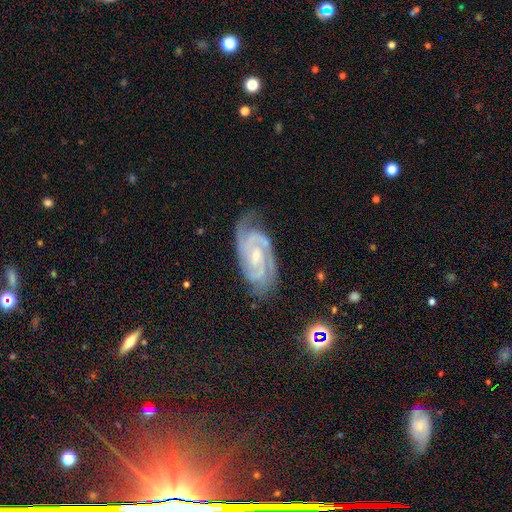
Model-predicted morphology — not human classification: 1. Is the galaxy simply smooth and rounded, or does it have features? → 90% featured or disk, 5% star or artifact, 4% smooth.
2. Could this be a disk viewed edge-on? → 97% no, 3% yes.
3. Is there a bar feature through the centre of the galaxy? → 48% no, 39% weak, 13% strong.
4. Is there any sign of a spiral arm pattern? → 98% yes, 2% no.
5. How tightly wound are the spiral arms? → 63% tight, 33% medium, 4% loose.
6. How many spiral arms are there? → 63% 2, 21% 3, 7% can't tell, 4% 4, 3% 1, 3% more than 4.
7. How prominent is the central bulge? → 56% small, 39% moderate, 3% none, 2% large, 1% dominant.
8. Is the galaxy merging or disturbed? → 74% none, 19% minor disturbance, 6% major disturbance, 1% merger.